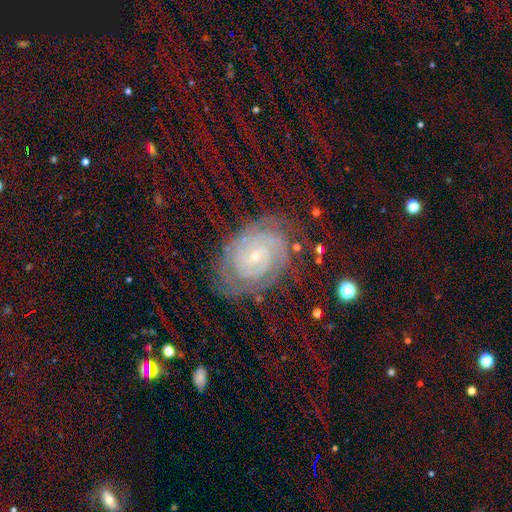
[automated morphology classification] Smooth or featured? featured or disk (82%)
Edge-on disk? no (97%)
Bar? no (68%)
Spiral arms? yes (96%)
Spiral winding? tight (82%)
Spiral arm count? 2 (33%)
Bulge size? small (83%)
Merging? none (73%)